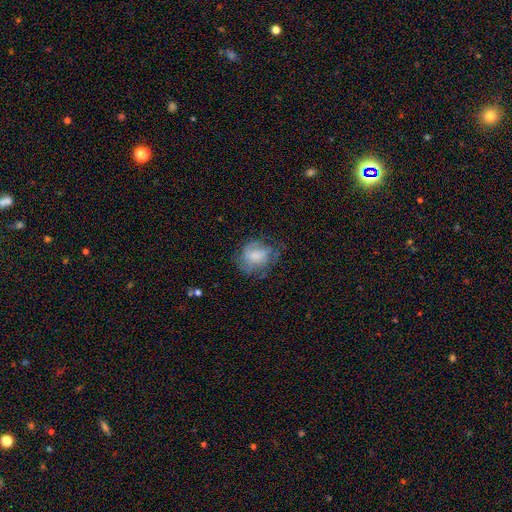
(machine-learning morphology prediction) Smooth or featured?
  - smooth: 46% *
  - featured or disk: 45%
  - star or artifact: 9%
Merging?
  - none: 53% *
  - minor disturbance: 26%
  - major disturbance: 19%
  - merger: 2%